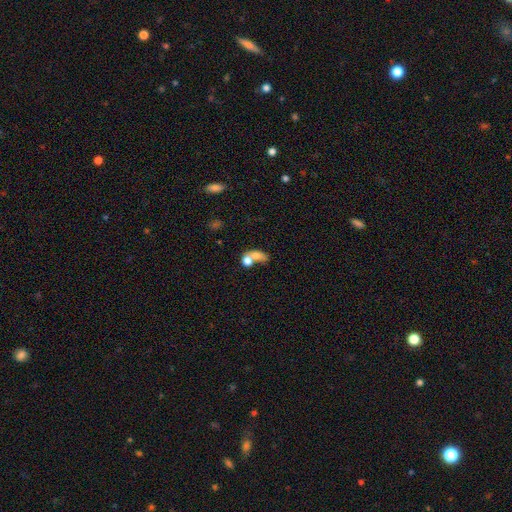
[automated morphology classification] A smooth galaxy with no disk features (69%) that is in between round and cigar-shaped (59%). Merging: merger (60%).